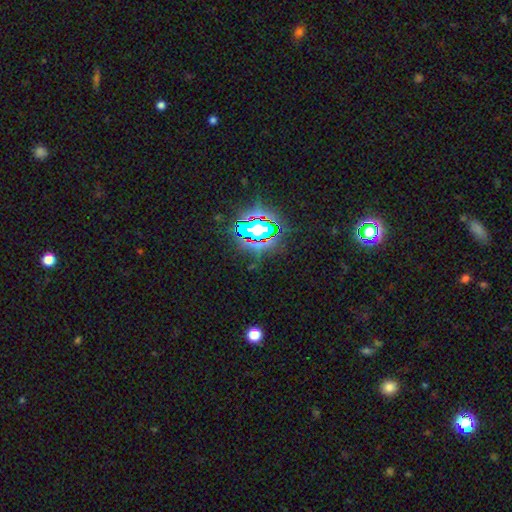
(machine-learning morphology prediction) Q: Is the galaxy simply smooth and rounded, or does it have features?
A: star or artifact — 78%.